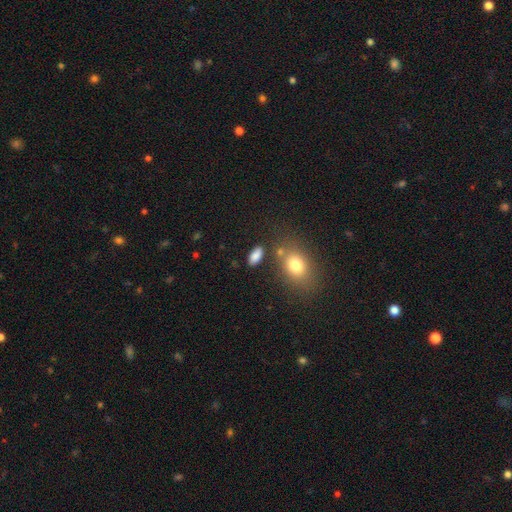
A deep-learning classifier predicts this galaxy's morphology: Overall: smooth (85%). How rounded: in between (87%). Merging: none (78%).